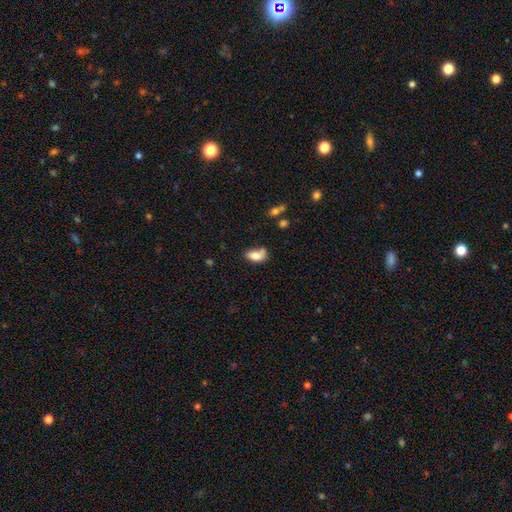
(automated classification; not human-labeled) A smooth galaxy with no disk features (78%) that is in between round and cigar-shaped (89%). Merging: none (42%).